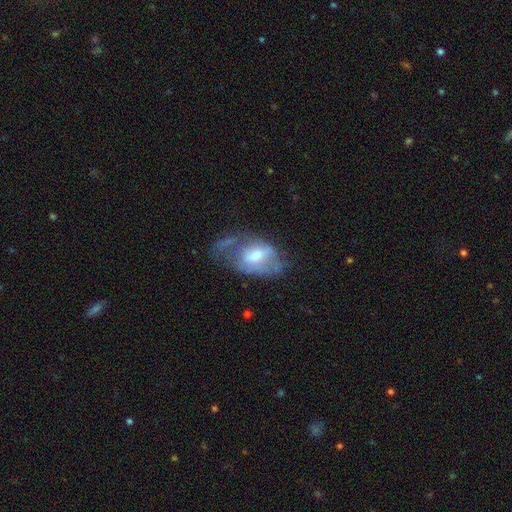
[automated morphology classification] This is possibly a featured or disk galaxy (54%). It is clearly not viewed edge-on (94%). Bar: possibly no (52%). Spiral arm pattern: possibly no (53%). Central bulge: possibly moderate (53%). Merging: marginally major disturbance (38%).